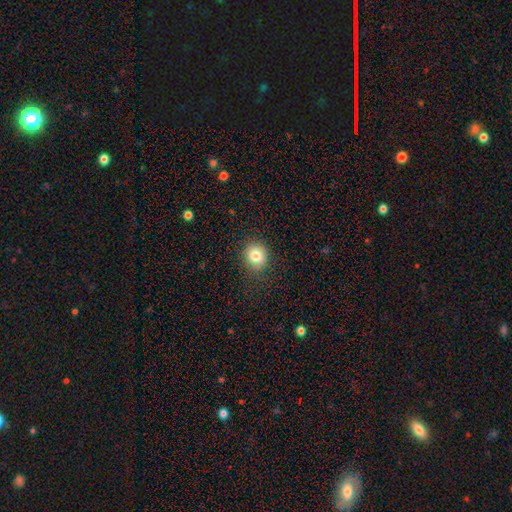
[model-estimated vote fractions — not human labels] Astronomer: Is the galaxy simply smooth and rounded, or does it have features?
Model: smooth — 82%.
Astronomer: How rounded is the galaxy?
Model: round — 79%.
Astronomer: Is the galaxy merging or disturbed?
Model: none — 85%.